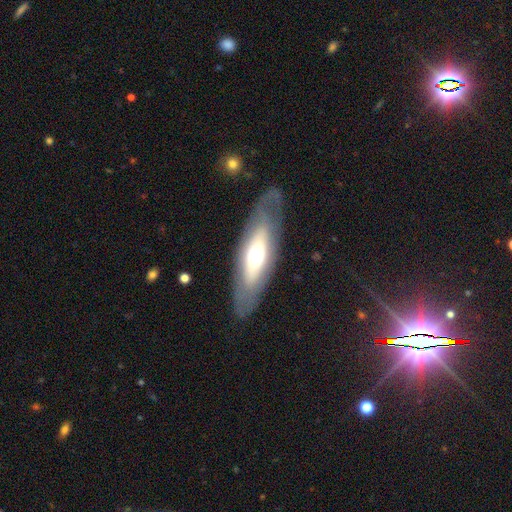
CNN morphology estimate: featured or disk 50%, smooth 44%, star or artifact 6%. Down the decision tree: merging — none (78%).